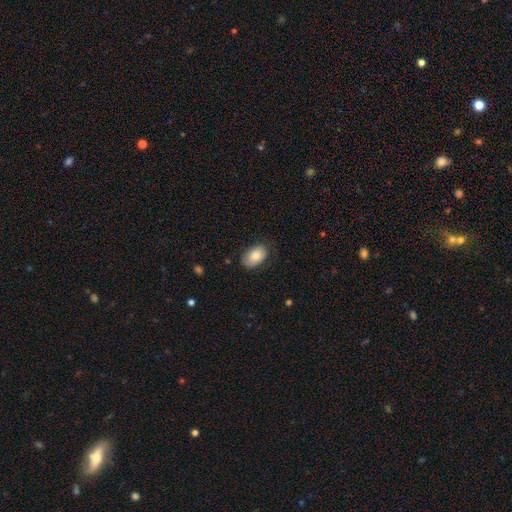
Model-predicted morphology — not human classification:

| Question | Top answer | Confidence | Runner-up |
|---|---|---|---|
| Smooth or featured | smooth | 79% | featured or disk (14%) |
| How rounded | in between | 89% | round (9%) |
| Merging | none | 72% | minor disturbance (22%) |